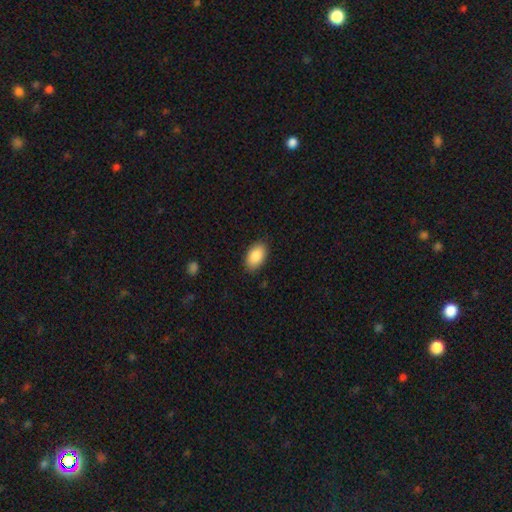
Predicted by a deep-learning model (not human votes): This is clearly a smooth galaxy (88%). How rounded: clearly in between (94%). Merging: clearly none (86%).